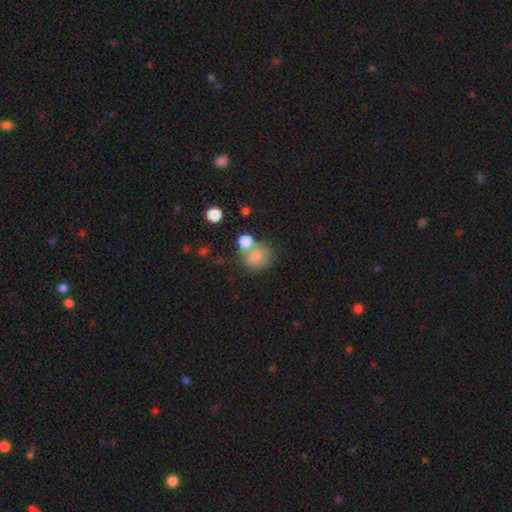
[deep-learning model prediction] Q: Smooth or featured?
A: smooth (79%); runner-up: featured or disk (11%)
Q: How rounded?
A: round (74%); runner-up: in between (25%)
Q: Merging?
A: none (43%); runner-up: merger (38%)